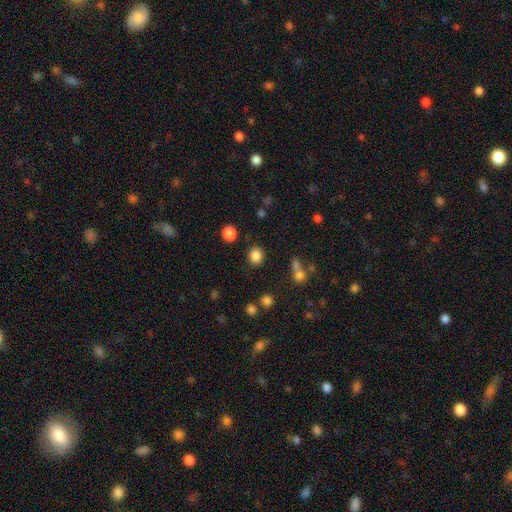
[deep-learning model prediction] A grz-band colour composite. It shows a smooth galaxy with no disk features (85%) that is round (73%). Merging: none (86%).